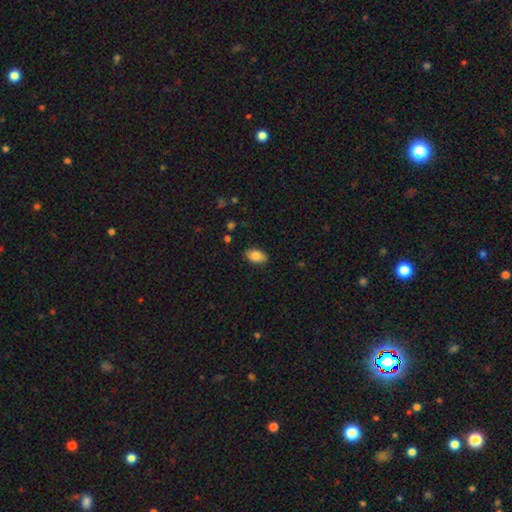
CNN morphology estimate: A smooth galaxy with no disk features (85%) that is in between round and cigar-shaped (92%).

Vote fractions:
- Smooth or featured? smooth: 85% / featured or disk: 8% / star or artifact: 7%
- How rounded? in between: 92% / round: 6% / cigar-shaped: 2%
- Merging? none: 86% / minor disturbance: 10% / major disturbance: 2% / merger: 1%